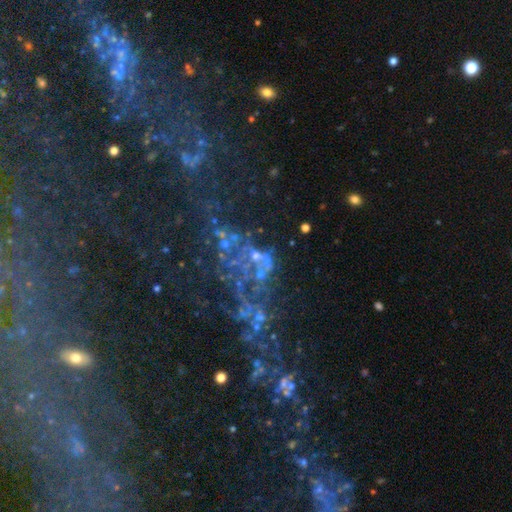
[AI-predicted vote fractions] A featured or disk galaxy (51%). Merging: major disturbance (39%).